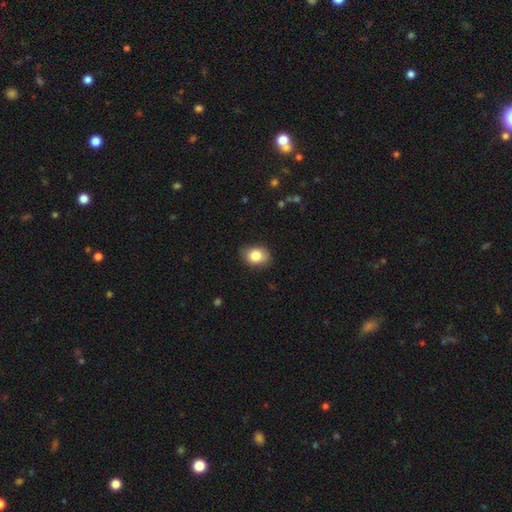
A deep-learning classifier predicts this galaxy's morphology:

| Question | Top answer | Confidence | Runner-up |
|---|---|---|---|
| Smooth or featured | smooth | 84% | star or artifact (8%) |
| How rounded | in between | 62% | round (37%) |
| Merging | none | 82% | minor disturbance (14%) |